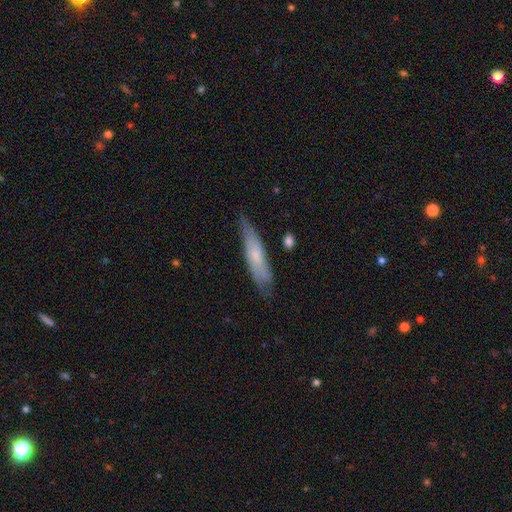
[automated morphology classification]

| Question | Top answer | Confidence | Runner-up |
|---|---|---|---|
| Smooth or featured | smooth | 60% | featured or disk (34%) |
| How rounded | cigar-shaped | 78% | in between (20%) |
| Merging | none | 74% | minor disturbance (20%) |